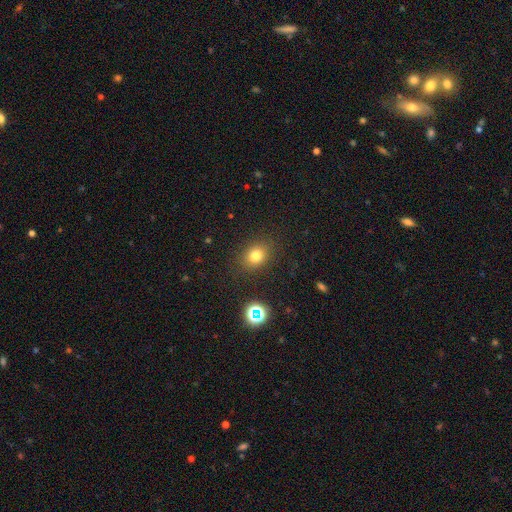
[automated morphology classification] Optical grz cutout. It shows a smooth galaxy with no disk features (77%) that is round (53%). Merging: none (85%).